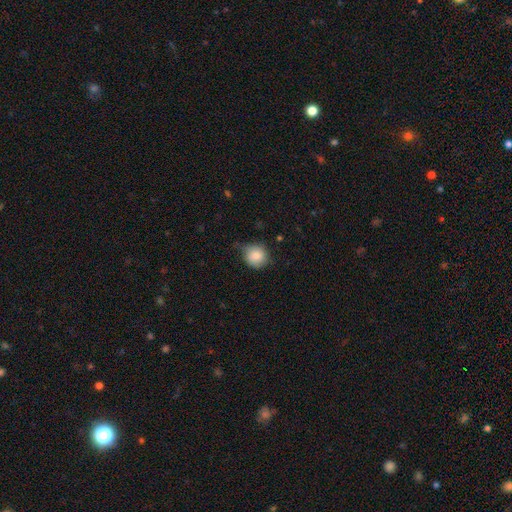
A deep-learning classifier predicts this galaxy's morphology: This appears to be a smooth galaxy with no disk features (85%) that is round (85%). Merging: none (65%).